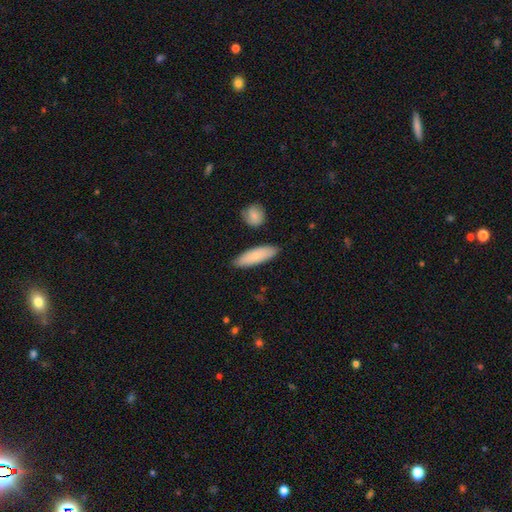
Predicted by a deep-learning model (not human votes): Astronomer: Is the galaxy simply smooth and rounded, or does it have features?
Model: smooth — 83%.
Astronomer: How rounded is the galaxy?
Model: in between — 51% (runner-up: cigar-shaped, 47%).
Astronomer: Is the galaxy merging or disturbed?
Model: none — 85%.